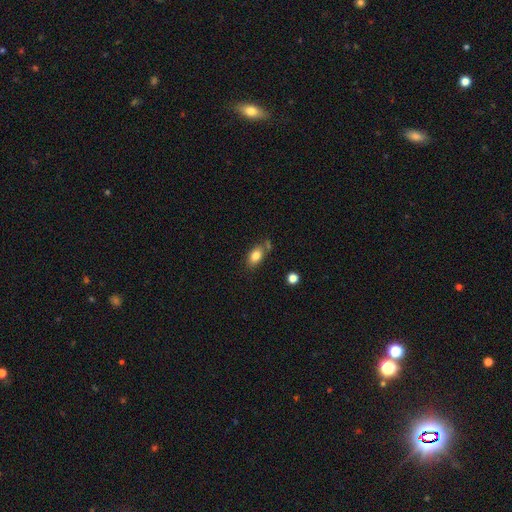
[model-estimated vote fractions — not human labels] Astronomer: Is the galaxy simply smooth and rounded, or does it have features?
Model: smooth — 82%.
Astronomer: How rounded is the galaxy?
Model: in between — 87%.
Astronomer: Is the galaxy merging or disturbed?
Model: none — 66%.